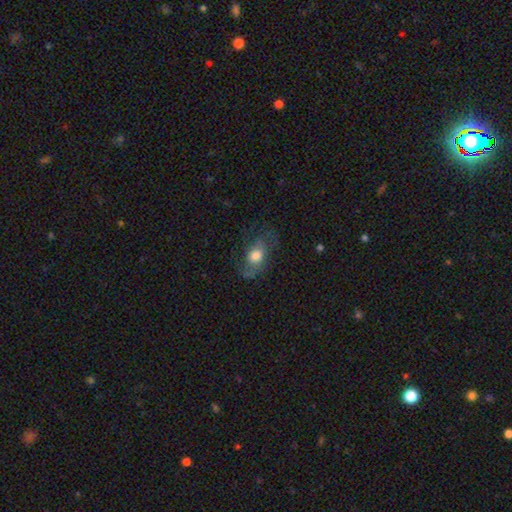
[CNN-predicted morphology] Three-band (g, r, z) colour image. It shows a smooth galaxy with no disk features (50%). Merging: none (55%).